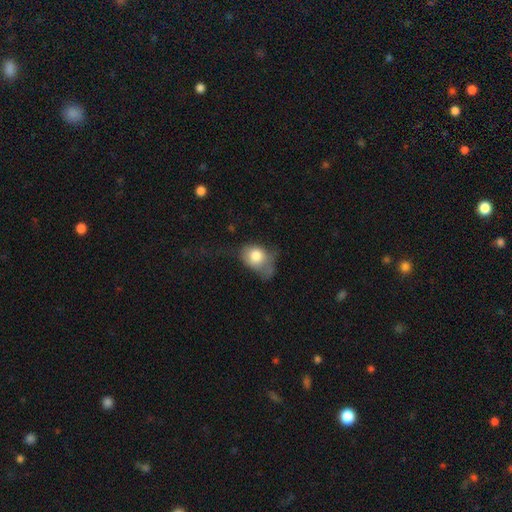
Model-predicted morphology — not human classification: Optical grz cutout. It shows a smooth galaxy with no disk features (76%) that is in between round and cigar-shaped (54%). Merging: major disturbance (38%).